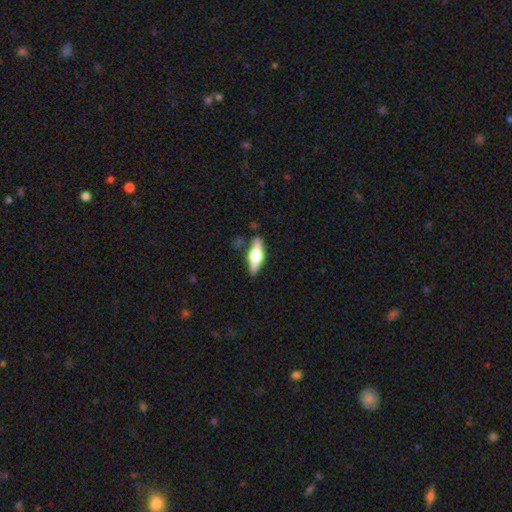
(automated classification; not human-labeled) The model was most divided on "smooth or featured": featured or disk: 64%, smooth: 30%, star or artifact: 6%. More confident: edge-on disk — yes (95%); edge-on bulge — rounded (95%); merging — none (83%).